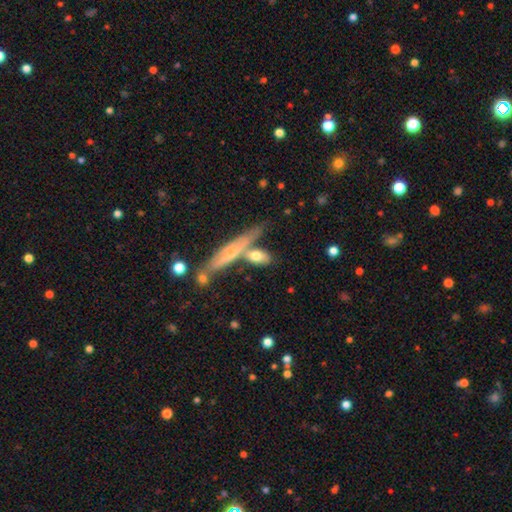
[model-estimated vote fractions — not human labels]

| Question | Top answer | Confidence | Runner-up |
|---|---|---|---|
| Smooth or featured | smooth | 65% | featured or disk (28%) |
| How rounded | in between | 55% | cigar-shaped (37%) |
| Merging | none | 49% | merger (30%) |